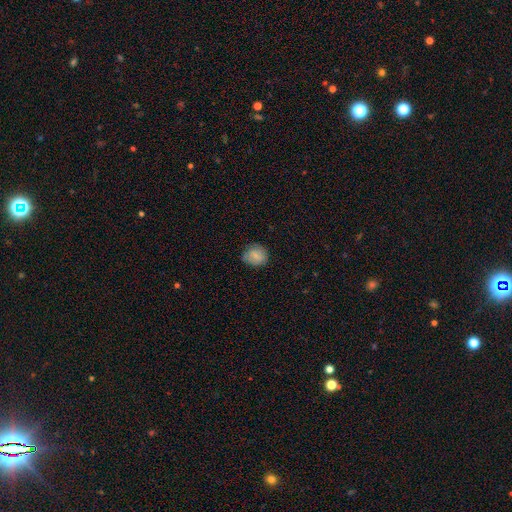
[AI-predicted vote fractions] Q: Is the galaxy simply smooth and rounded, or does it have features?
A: smooth — 79%.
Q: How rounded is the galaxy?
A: round — 73%.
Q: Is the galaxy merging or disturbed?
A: none — 75%.